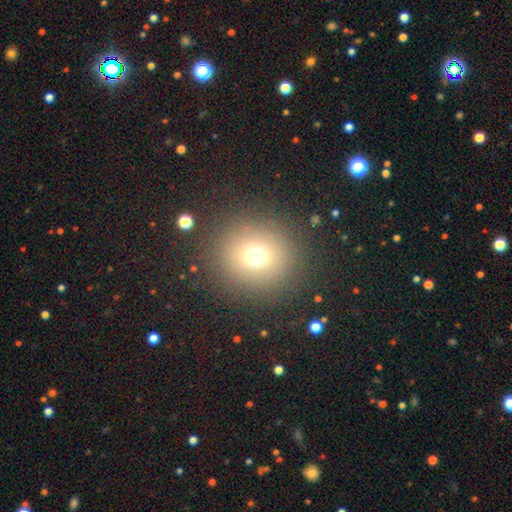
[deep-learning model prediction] The model was most divided on "smooth or featured": smooth: 70%, star or artifact: 20%, featured or disk: 10%. More confident: how rounded — round (92%); merging — none (88%).